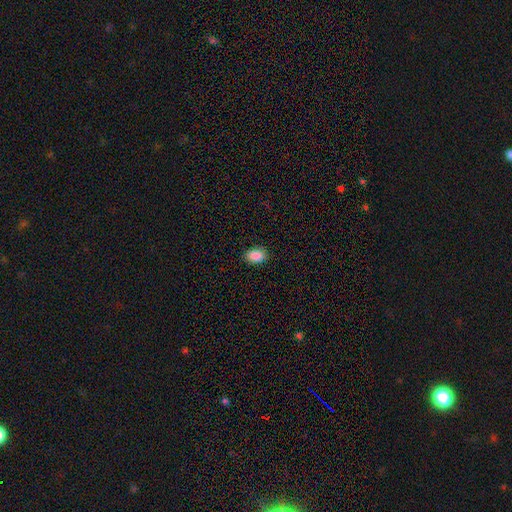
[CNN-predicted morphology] This appears to be a smooth galaxy with no disk features (88%) that is in between round and cigar-shaped (84%). Merging: none (89%).